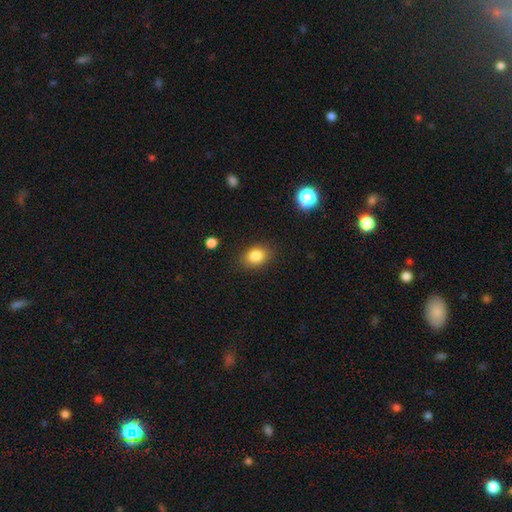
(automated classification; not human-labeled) This is clearly a smooth galaxy (84%). How rounded: likely in between (64%). Merging: clearly none (85%).